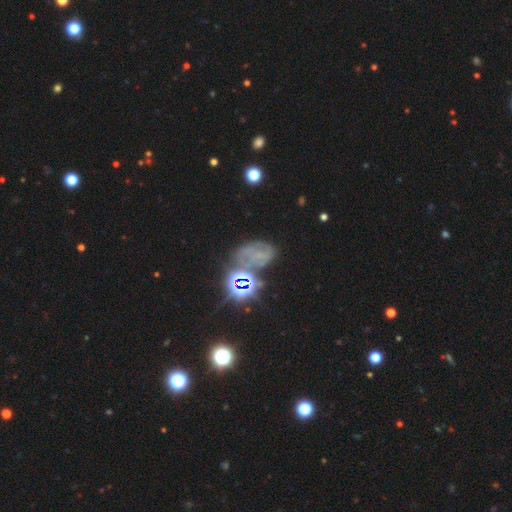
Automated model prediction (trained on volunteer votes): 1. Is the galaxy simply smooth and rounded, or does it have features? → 45% star or artifact, 32% featured or disk, 23% smooth.